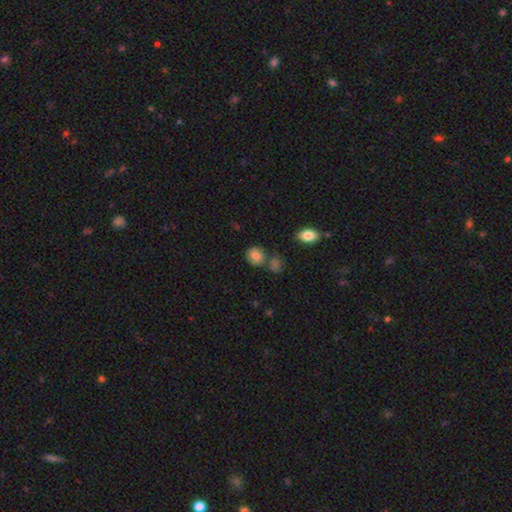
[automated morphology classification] smooth-or-featured: smooth: 80% | featured or disk: 10% | star or artifact: 10%
  how-rounded: round: 66% | in between: 33% | cigar-shaped: 1%
  merging: none: 61% | minor disturbance: 17% | merger: 16% | major disturbance: 5%